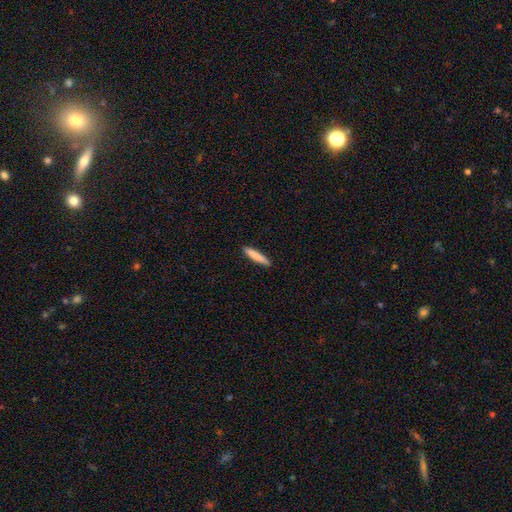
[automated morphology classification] Q: Smooth or featured?
A: smooth (83%); runner-up: featured or disk (12%)
Q: How rounded?
A: cigar-shaped (92%); runner-up: in between (7%)
Q: Merging?
A: none (91%); runner-up: minor disturbance (7%)